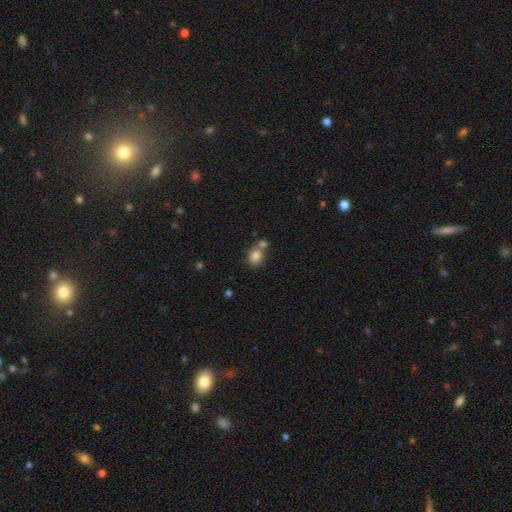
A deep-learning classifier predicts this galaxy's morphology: Q: Smooth or featured?
A: smooth (82%); runner-up: star or artifact (10%)
Q: How rounded?
A: round (73%); runner-up: in between (26%)
Q: Merging?
A: none (52%); runner-up: merger (34%)